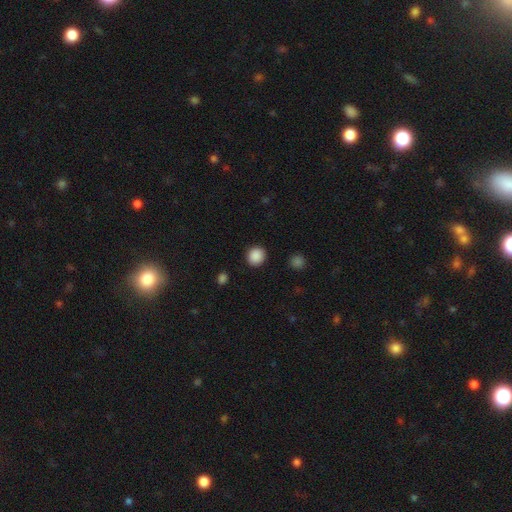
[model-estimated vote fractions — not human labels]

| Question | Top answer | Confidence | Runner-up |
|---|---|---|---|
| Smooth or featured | smooth | 89% | star or artifact (9%) |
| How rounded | round | 83% | in between (16%) |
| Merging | none | 91% | minor disturbance (6%) |